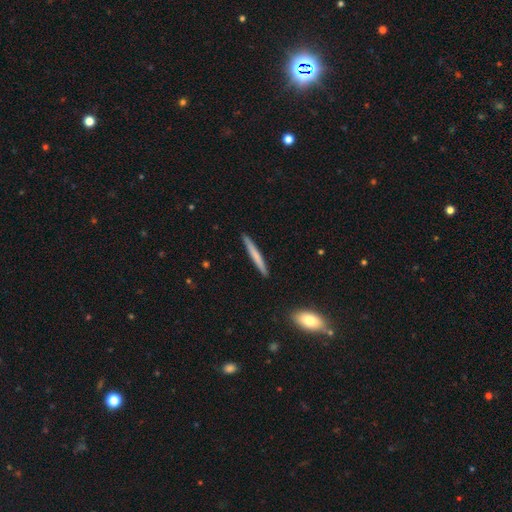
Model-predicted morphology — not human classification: smooth_or_featured: smooth (p=0.64) [alt: featured or disk p=0.31]
how_rounded: cigar-shaped (p=0.97) [alt: in between p=0.02]
merging: none (p=0.92) [alt: minor disturbance p=0.06]